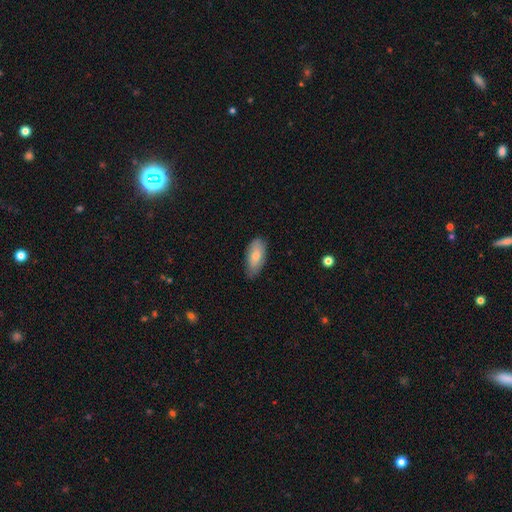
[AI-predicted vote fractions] smooth_or_featured: smooth (p=0.77) [alt: featured or disk p=0.17]
how_rounded: in between (p=0.89) [alt: cigar-shaped p=0.08]
merging: none (p=0.74) [alt: minor disturbance p=0.22]